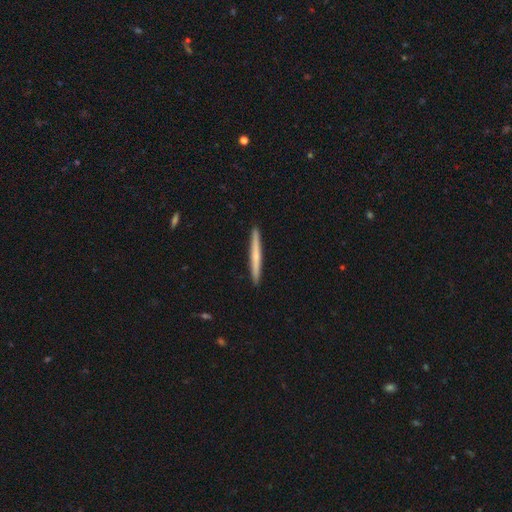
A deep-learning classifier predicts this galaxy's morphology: This appears to be a smooth galaxy with no disk features (52%) that is cigar-shaped (97%). Merging: none (93%).